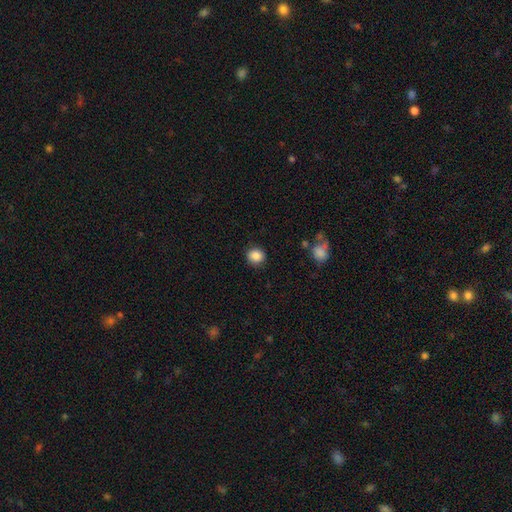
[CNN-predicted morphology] Q: Smooth or featured?
A: smooth (87%); runner-up: star or artifact (9%)
Q: How rounded?
A: round (85%); runner-up: in between (14%)
Q: Merging?
A: none (88%); runner-up: minor disturbance (8%)